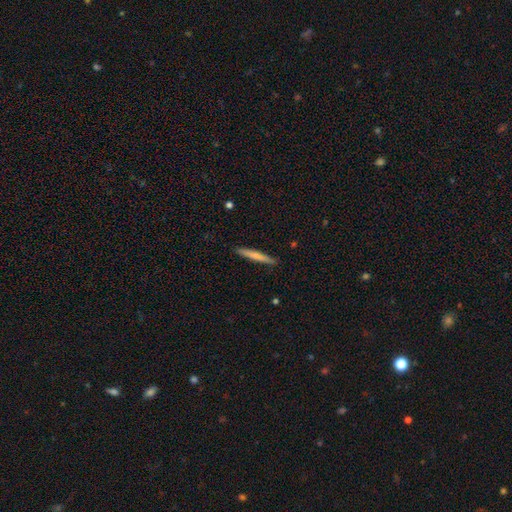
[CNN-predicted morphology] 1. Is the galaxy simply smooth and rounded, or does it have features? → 67% smooth, 28% featured or disk, 5% star or artifact.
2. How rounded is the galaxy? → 96% cigar-shaped, 3% in between, 1% round.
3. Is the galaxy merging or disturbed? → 90% none, 7% minor disturbance, 1% major disturbance, 1% merger.